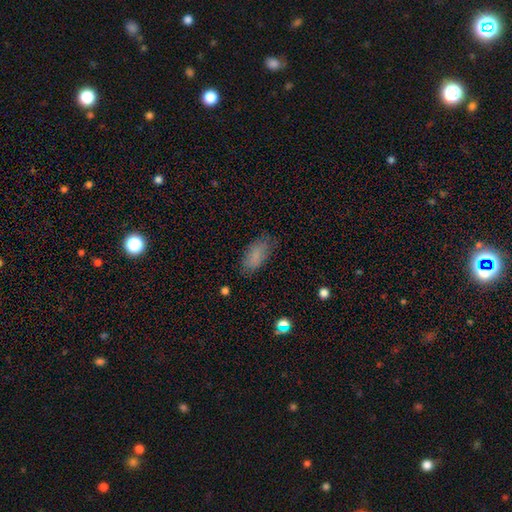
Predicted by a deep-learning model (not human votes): Q: Smooth or featured?
A: smooth (82%); runner-up: star or artifact (9%)
Q: How rounded?
A: in between (90%); runner-up: cigar-shaped (7%)
Q: Merging?
A: none (75%); runner-up: minor disturbance (18%)